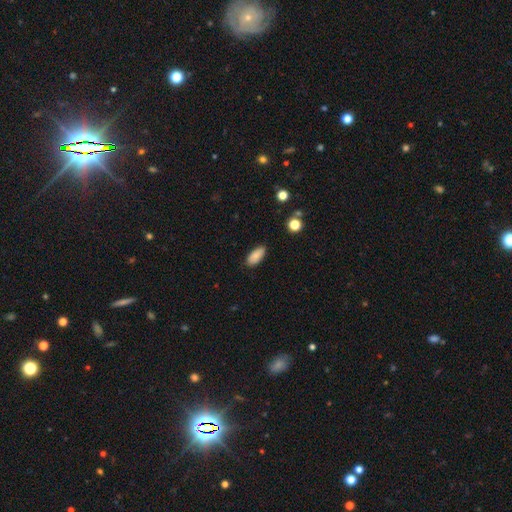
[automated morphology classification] smooth_or_featured: smooth (p=0.88) [alt: star or artifact p=0.08]
how_rounded: in between (p=0.87) [alt: cigar-shaped p=0.11]
merging: none (p=0.87) [alt: minor disturbance p=0.10]